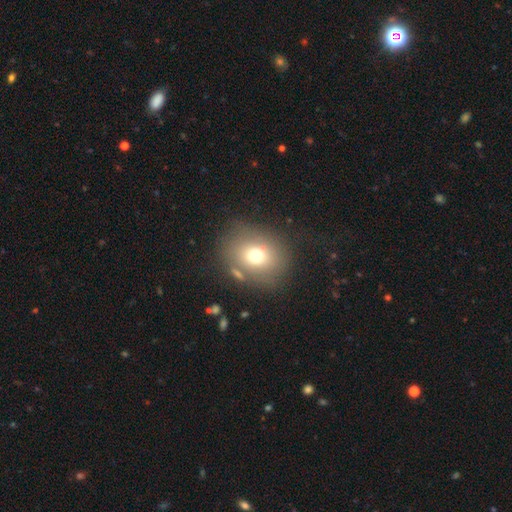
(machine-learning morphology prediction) Smooth or featured?
  - smooth: 70% *
  - featured or disk: 15%
  - star or artifact: 14%
How rounded?
  - round: 60% *
  - in between: 39%
  - cigar-shaped: 1%
Merging?
  - none: 74% *
  - minor disturbance: 13%
  - merger: 7%
  - major disturbance: 7%